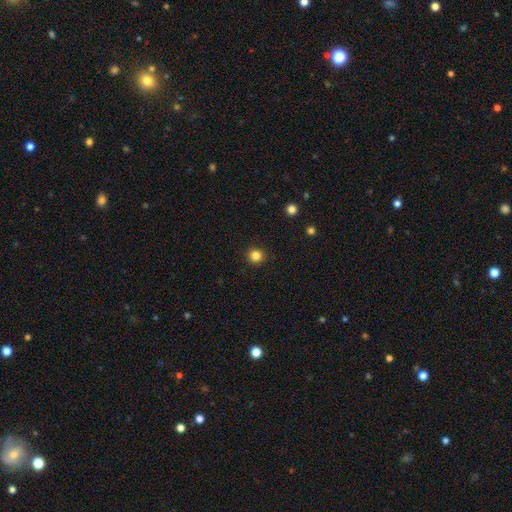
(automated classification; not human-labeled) A smooth galaxy with no disk features (83%) that is round (94%). Merging: none (93%).